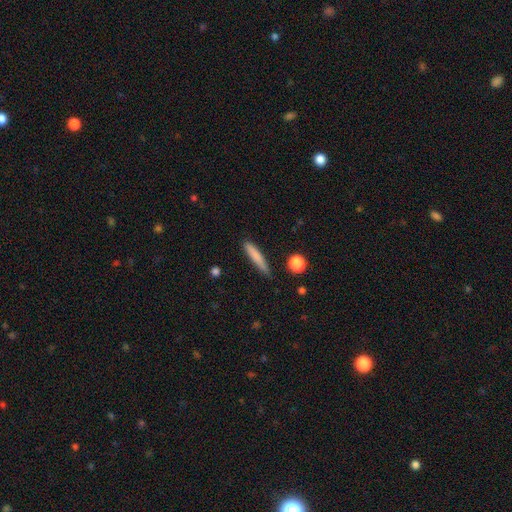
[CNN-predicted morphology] Smooth or featured? smooth (77%)
How rounded? cigar-shaped (91%)
Merging? none (81%)